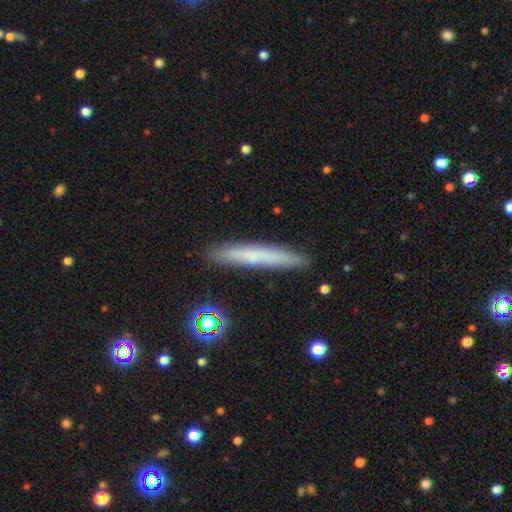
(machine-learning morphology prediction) smooth-or-featured: smooth: 59% | featured or disk: 31% | star or artifact: 10%
  how-rounded: cigar-shaped: 95% | in between: 4% | round: 2%
  merging: none: 88% | minor disturbance: 9% | major disturbance: 2% | merger: 2%